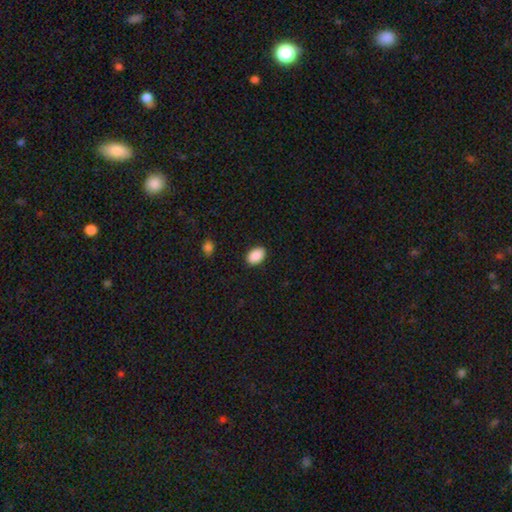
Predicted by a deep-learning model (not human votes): Smooth or featured? Predicted: smooth (p=0.90). How rounded? Predicted: in between (p=0.87). Merging? Predicted: none (p=0.89).